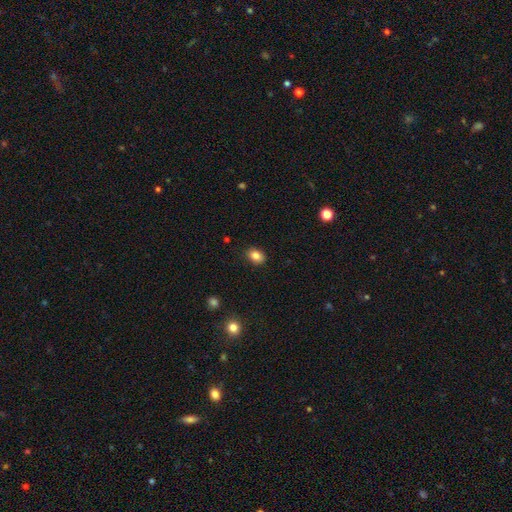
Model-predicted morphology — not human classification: This appears to be a smooth galaxy with no disk features (85%) that is in between round and cigar-shaped (71%). Merging: none (88%).